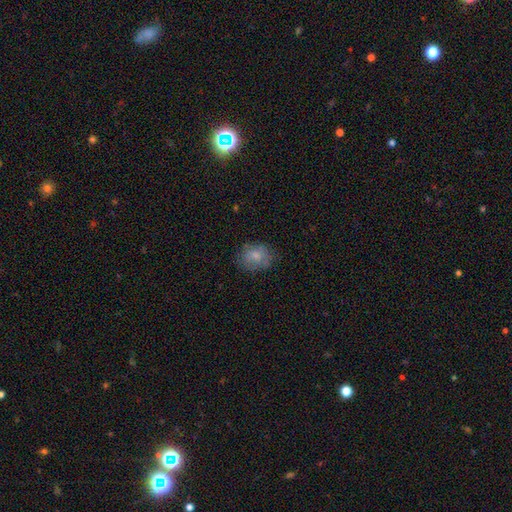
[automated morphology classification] Smooth or featured: smooth — 77% (featured or disk — 15%)
How rounded: round — 52% (in between — 47%)
Merging: none — 71% (minor disturbance — 20%)